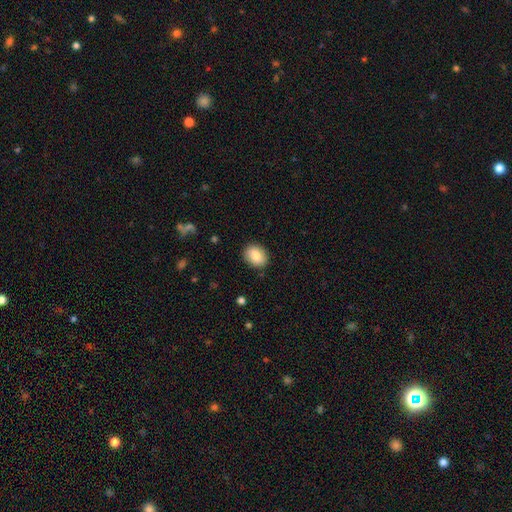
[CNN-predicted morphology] A smooth galaxy with no disk features (83%) that is in between round and cigar-shaped (53%).

Vote fractions:
- Smooth or featured? smooth: 83% / featured or disk: 9% / star or artifact: 8%
- How rounded? in between: 53% / round: 46% / cigar-shaped: 1%
- Merging? none: 88% / minor disturbance: 9% / major disturbance: 2% / merger: 1%